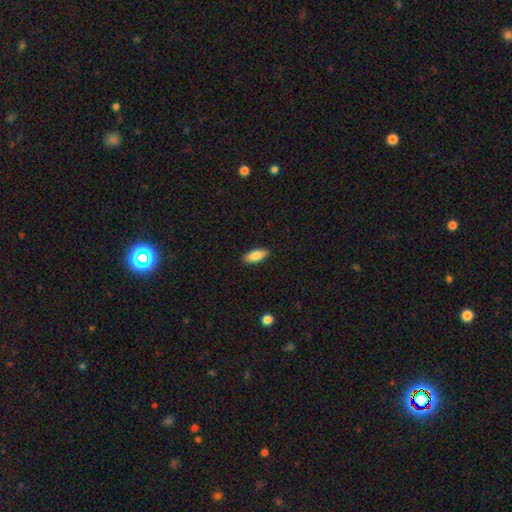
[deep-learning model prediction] Overall: smooth (83%). How rounded: in between (80%). Merging: none (89%).